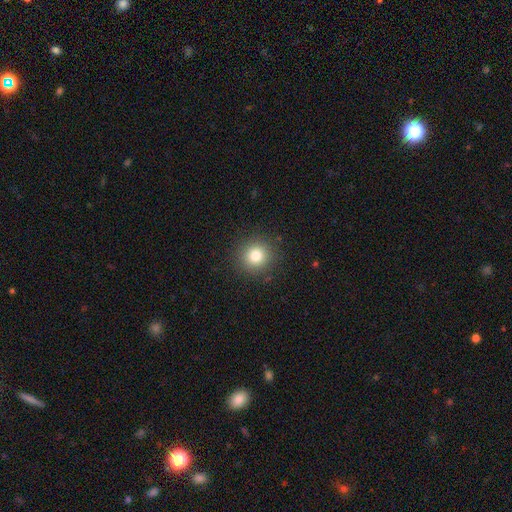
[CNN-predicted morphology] smooth 80%, star or artifact 13%, featured or disk 7%. Down the decision tree: how rounded — round (92%); merging — none (90%).